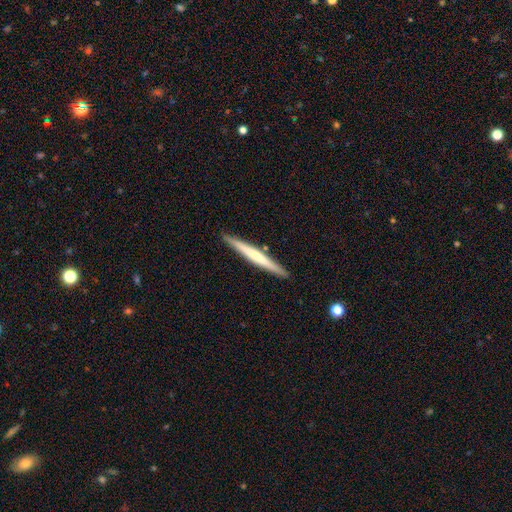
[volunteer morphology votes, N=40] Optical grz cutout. It shows a featured or disk galaxy (60%) viewed edge-on (96%) with no central bulge (78%). Merging: none (89%).